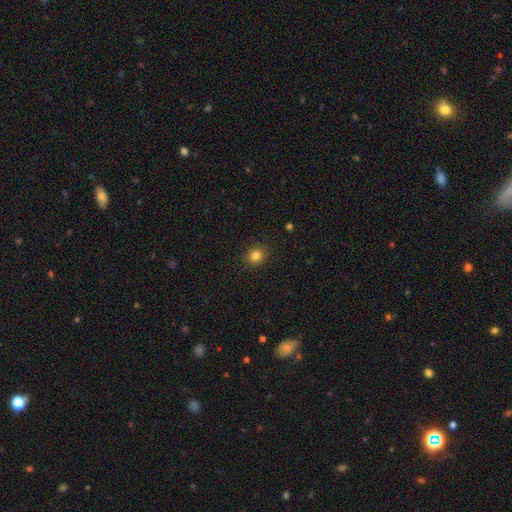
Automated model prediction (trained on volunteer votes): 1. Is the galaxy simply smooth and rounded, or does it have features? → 83% smooth, 12% star or artifact, 5% featured or disk.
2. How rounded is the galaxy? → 69% round, 30% in between, 1% cigar-shaped.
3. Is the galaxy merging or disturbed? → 89% none, 8% minor disturbance, 2% major disturbance, 1% merger.